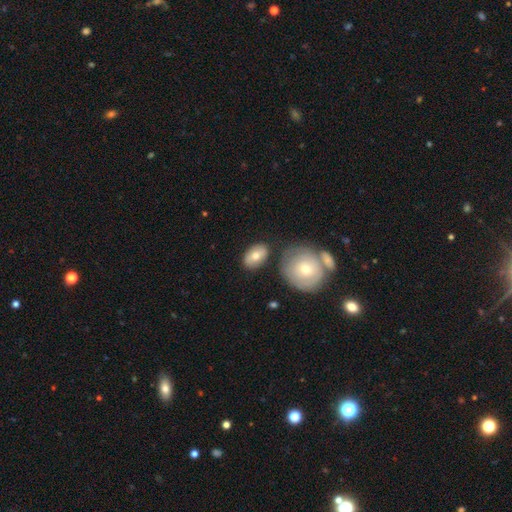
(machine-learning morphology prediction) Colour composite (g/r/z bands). It shows a smooth galaxy with no disk features (68%) that is in between round and cigar-shaped (83%). Merging: none (73%).